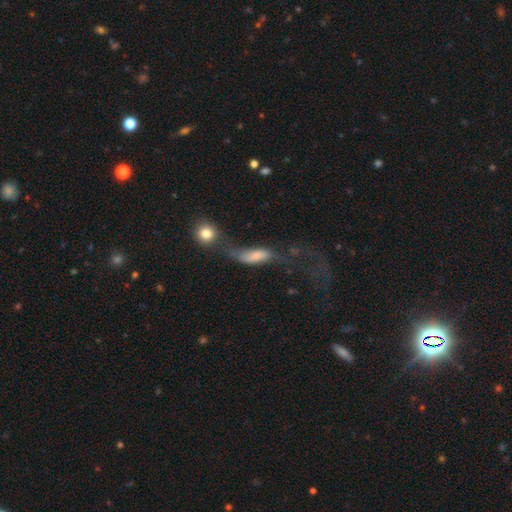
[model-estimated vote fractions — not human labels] Smooth or featured?
  - smooth: 59% *
  - featured or disk: 30%
  - star or artifact: 10%
How rounded?
  - in between: 62% *
  - cigar-shaped: 31%
  - round: 6%
Merging?
  - merger: 35% *
  - major disturbance: 31%
  - none: 20%
  - minor disturbance: 15%